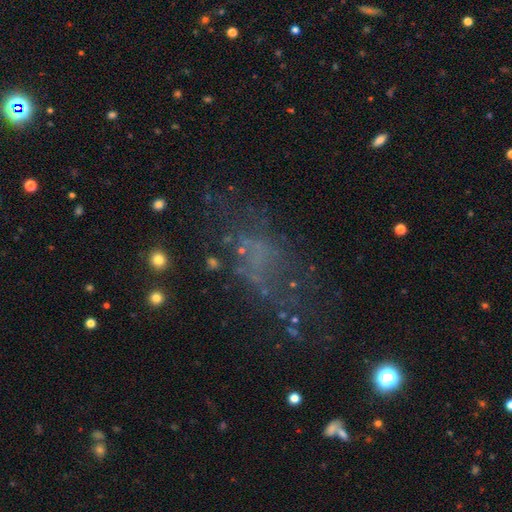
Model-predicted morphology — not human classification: Smooth or featured? Predicted: featured or disk (p=0.39). Merging? Predicted: none (p=0.47).